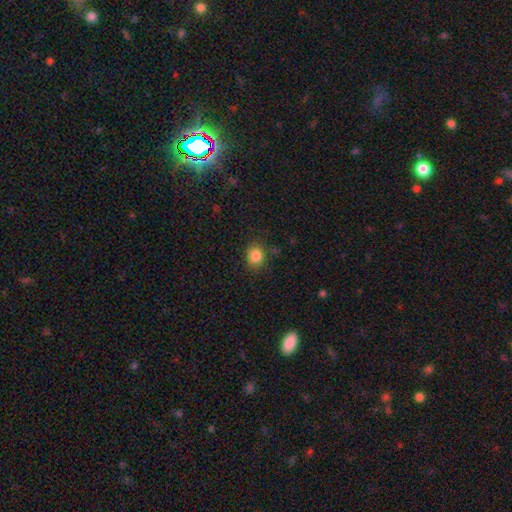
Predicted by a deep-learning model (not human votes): Smooth or featured? smooth (85%)
How rounded? round (59%)
Merging? none (80%)